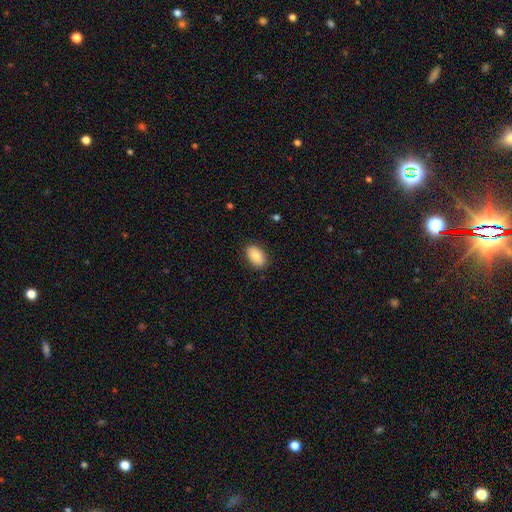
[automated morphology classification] A smooth galaxy with no disk features (84%) that is in between round and cigar-shaped (92%).

Vote fractions:
- Smooth or featured? smooth: 84% / featured or disk: 9% / star or artifact: 7%
- How rounded? in between: 92% / round: 6% / cigar-shaped: 1%
- Merging? none: 87% / minor disturbance: 10% / major disturbance: 2% / merger: 1%